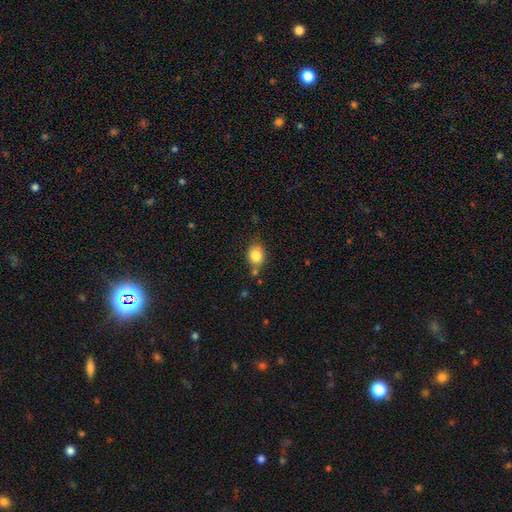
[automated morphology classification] Q: Smooth or featured?
A: smooth (82%); runner-up: star or artifact (9%)
Q: How rounded?
A: in between (49%); tied with: round (49%)
Q: Merging?
A: none (67%); runner-up: minor disturbance (20%)